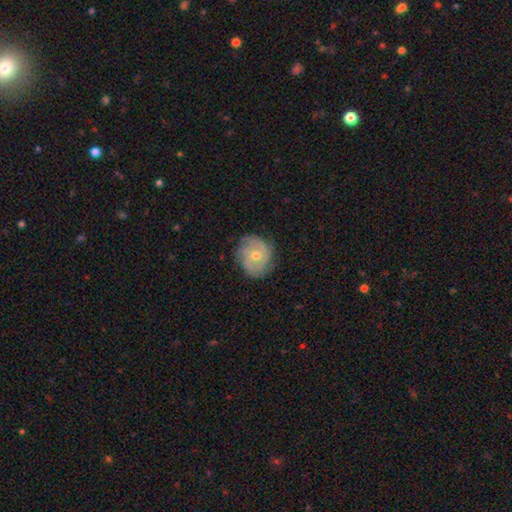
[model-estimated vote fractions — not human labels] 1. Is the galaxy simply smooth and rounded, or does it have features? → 73% featured or disk, 20% smooth, 7% star or artifact.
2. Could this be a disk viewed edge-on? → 97% no, 3% yes.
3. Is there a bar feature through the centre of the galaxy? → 73% no, 22% weak, 5% strong.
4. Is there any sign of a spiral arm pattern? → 87% yes, 13% no.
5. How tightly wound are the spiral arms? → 61% tight, 29% medium, 10% loose.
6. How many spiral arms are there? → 31% can't tell, 27% 3, 25% 2, 7% 4, 5% 1, 5% more than 4.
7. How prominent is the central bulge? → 67% moderate, 30% small, 2% large, 1% none, 1% dominant.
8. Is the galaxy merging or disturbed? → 75% none, 18% minor disturbance, 5% major disturbance, 1% merger.